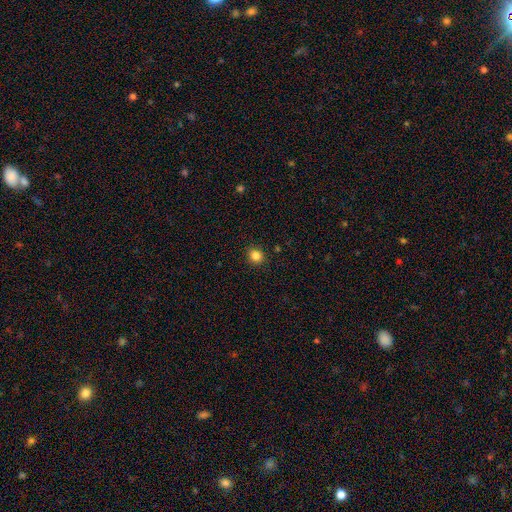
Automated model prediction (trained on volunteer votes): This appears to be a smooth galaxy with no disk features (84%) that is round (80%). Merging: none (91%).